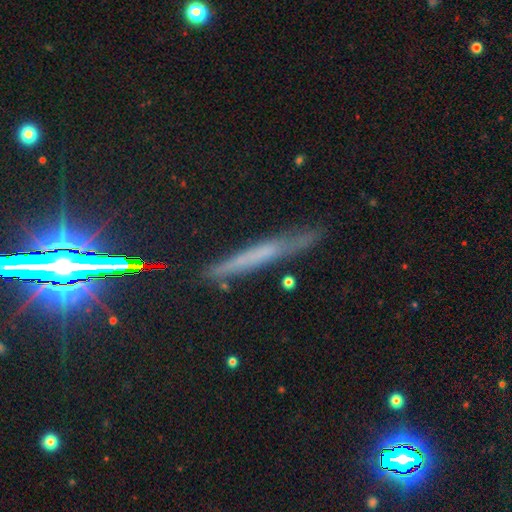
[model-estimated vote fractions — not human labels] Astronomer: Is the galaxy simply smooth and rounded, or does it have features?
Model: featured or disk — 41% (runner-up: smooth, 39%).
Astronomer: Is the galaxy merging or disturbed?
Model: none — 79%.